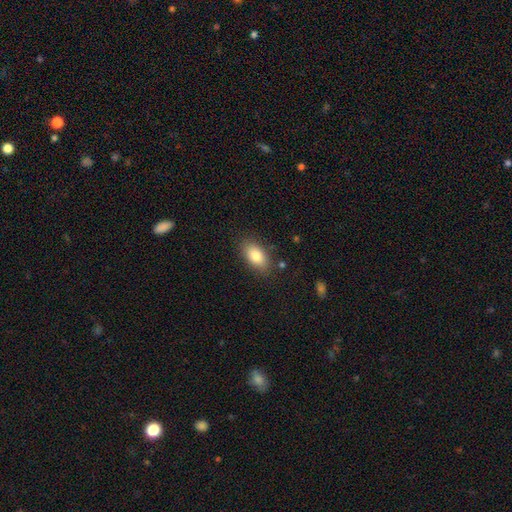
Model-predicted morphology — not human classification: Smooth or featured? smooth (82%)
How rounded? in between (91%)
Merging? none (83%)